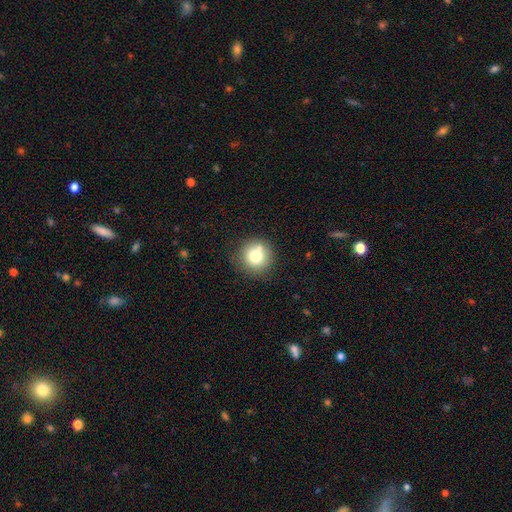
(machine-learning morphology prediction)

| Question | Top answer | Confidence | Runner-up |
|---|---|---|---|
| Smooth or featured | smooth | 75% | featured or disk (14%) |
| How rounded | round | 93% | in between (6%) |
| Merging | none | 75% | minor disturbance (12%) |